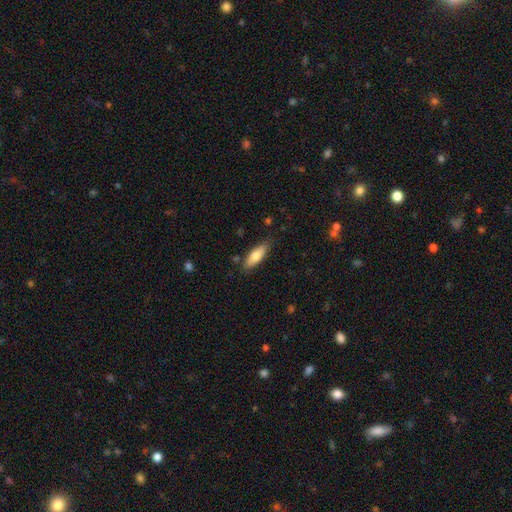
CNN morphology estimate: A smooth galaxy with no disk features (74%) that is in between round and cigar-shaped (64%). Merging: none (80%).